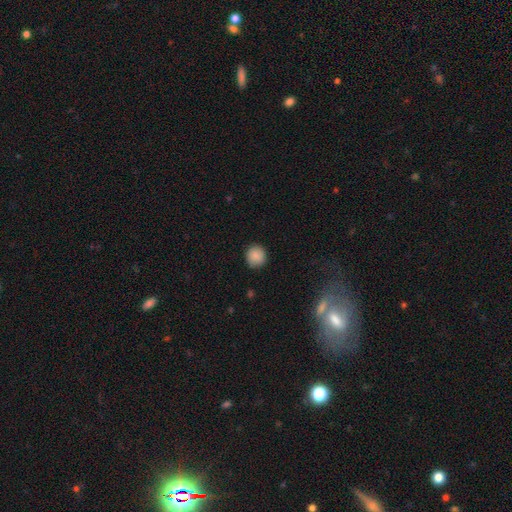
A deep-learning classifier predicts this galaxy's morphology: The model was most divided on "merging": none: 86%, minor disturbance: 10%, major disturbance: 2%, merger: 1%. More confident: how rounded — round (89%); smooth or featured — smooth (87%).